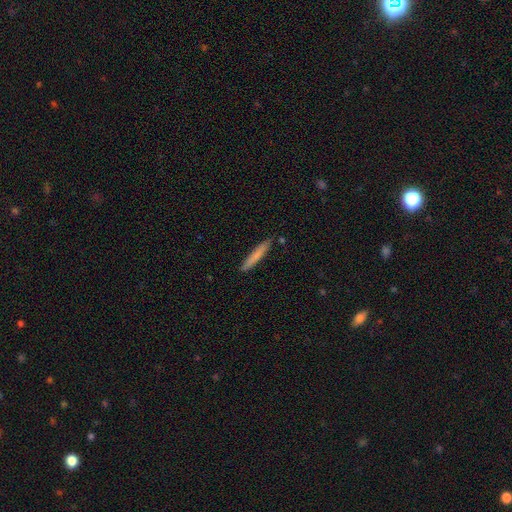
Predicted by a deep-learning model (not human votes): Smooth or featured? Predicted: smooth (p=0.77). How rounded? Predicted: cigar-shaped (p=0.95). Merging? Predicted: none (p=0.88).